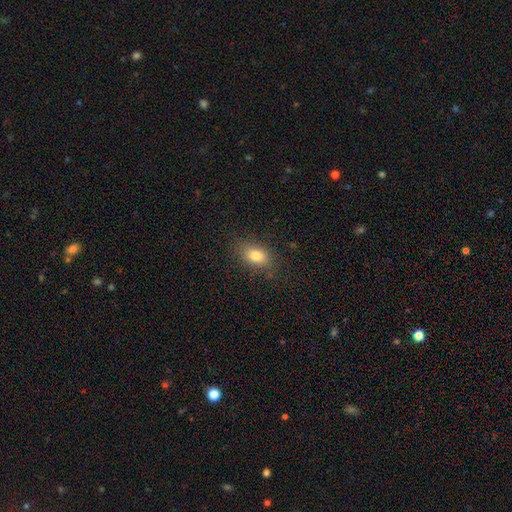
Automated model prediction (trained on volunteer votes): smooth 79%, star or artifact 11%, featured or disk 10%. Down the decision tree: how rounded — in between (80%); merging — none (82%).